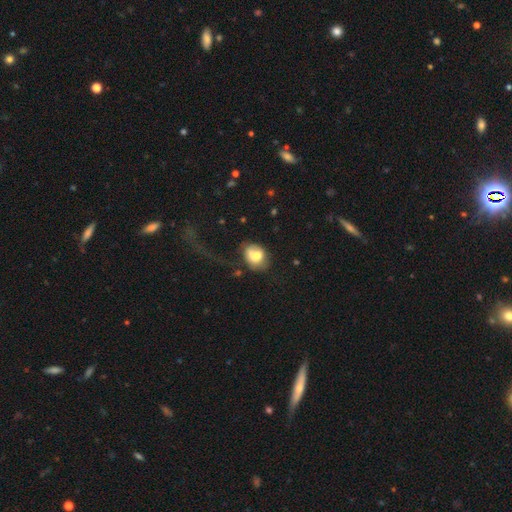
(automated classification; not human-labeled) This is likely a smooth galaxy (66%). How rounded: possibly in between (55%). Merging: marginally none (37%).